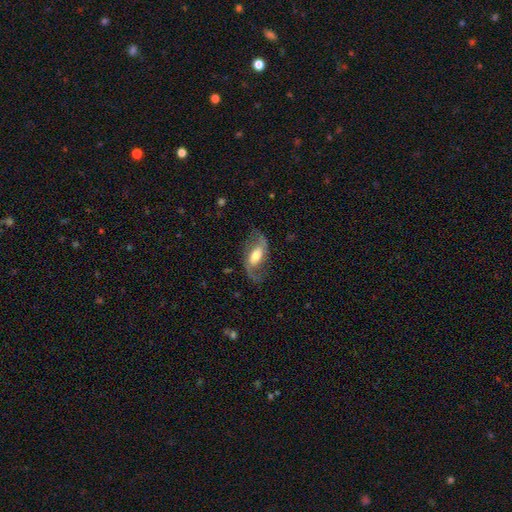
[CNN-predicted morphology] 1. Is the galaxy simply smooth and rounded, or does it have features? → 80% featured or disk, 14% smooth, 6% star or artifact.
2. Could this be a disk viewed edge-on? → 94% no, 6% yes.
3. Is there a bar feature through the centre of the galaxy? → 42% weak, 30% no, 29% strong.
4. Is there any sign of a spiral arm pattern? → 92% yes, 8% no.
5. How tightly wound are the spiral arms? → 58% loose, 34% medium, 8% tight.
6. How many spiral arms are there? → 91% 2, 3% can't tell, 3% 1, 1% 3, 1% 4, 1% more than 4.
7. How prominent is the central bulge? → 60% moderate, 20% large, 16% small, 2% dominant, 2% none.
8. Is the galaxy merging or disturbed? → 73% none, 15% minor disturbance, 11% major disturbance, 2% merger.